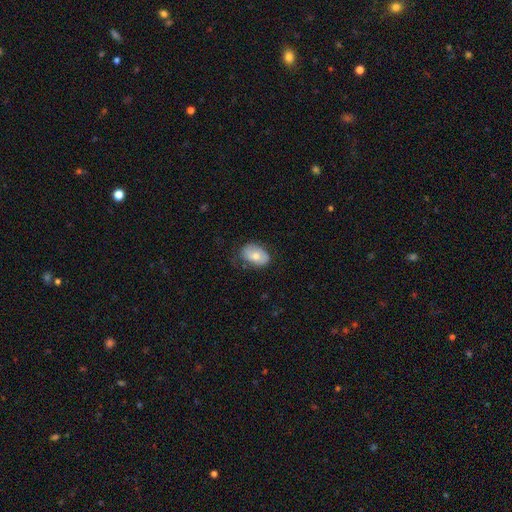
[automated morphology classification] Smooth or featured?
  - smooth: 69% *
  - featured or disk: 24%
  - star or artifact: 7%
How rounded?
  - in between: 86% *
  - round: 13%
  - cigar-shaped: 1%
Merging?
  - none: 67% *
  - minor disturbance: 25%
  - major disturbance: 7%
  - merger: 1%